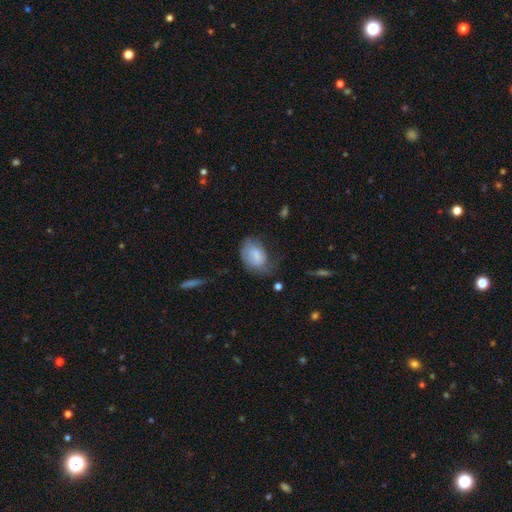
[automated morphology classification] Smooth or featured?
  - smooth: 70% *
  - featured or disk: 22%
  - star or artifact: 8%
How rounded?
  - in between: 80% *
  - round: 19%
  - cigar-shaped: 1%
Merging?
  - none: 35% * (tied)
  - minor disturbance: 35% * (tied)
  - major disturbance: 27%
  - merger: 3%